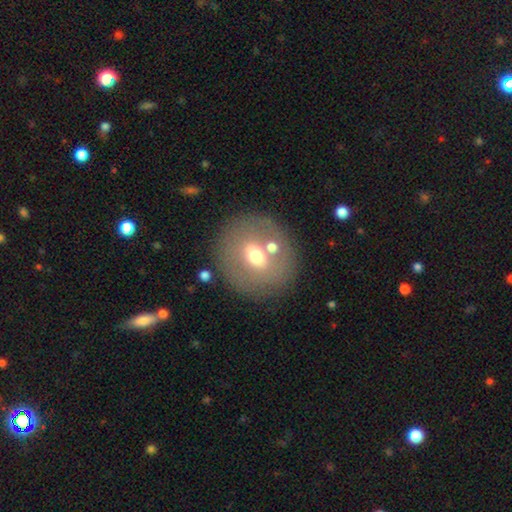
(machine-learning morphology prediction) A smooth galaxy with no disk features (51%) that is round (66%).

Vote fractions:
- Smooth or featured? smooth: 51% / featured or disk: 38% / star or artifact: 12%
- How rounded? round: 66% / in between: 32% / cigar-shaped: 1%
- Merging? none: 73% / minor disturbance: 12% / merger: 10% / major disturbance: 5%